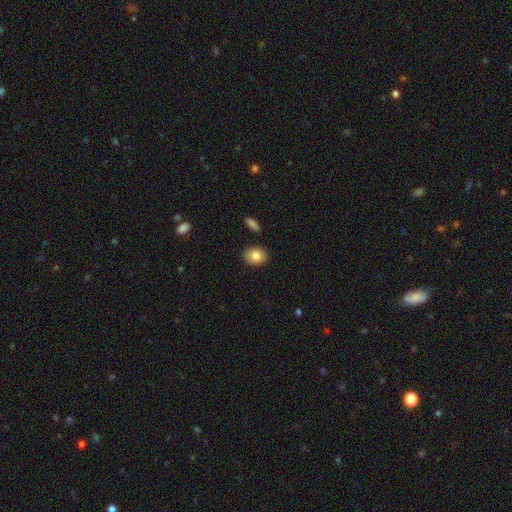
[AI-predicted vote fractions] Smooth or featured? smooth (82%)
How rounded? in between (57%)
Merging? none (88%)